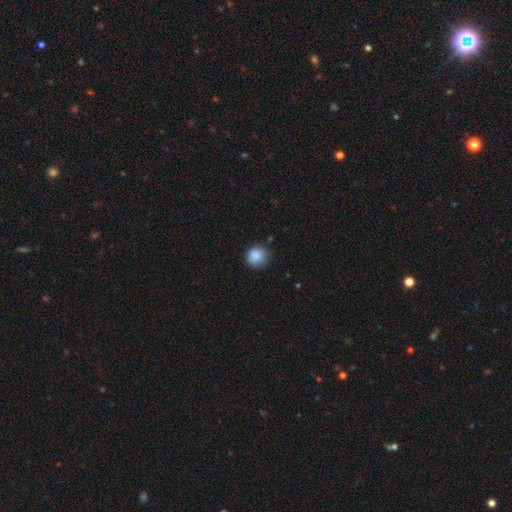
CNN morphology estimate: Overall: smooth (88%). How rounded: round (93%). Merging: none (85%).